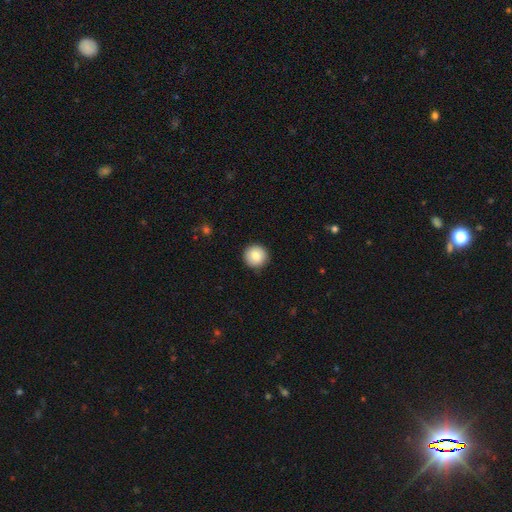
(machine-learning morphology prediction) smooth_or_featured: smooth (p=0.85) [alt: star or artifact p=0.08]
how_rounded: round (p=0.96) [alt: in between p=0.03]
merging: none (p=0.92) [alt: minor disturbance p=0.06]